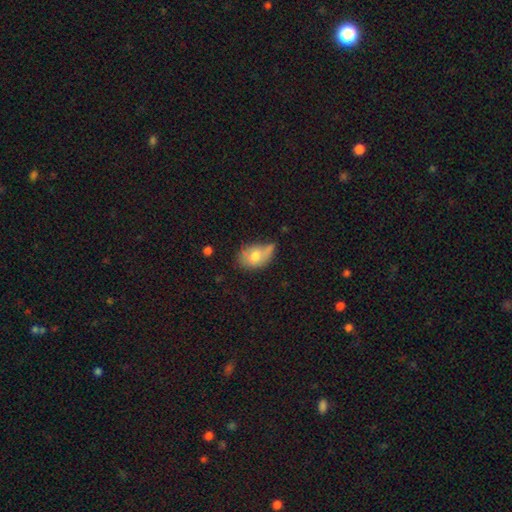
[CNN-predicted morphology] Smooth or featured?
  - smooth: 64% *
  - featured or disk: 26%
  - star or artifact: 9%
How rounded?
  - in between: 78% *
  - round: 19%
  - cigar-shaped: 2%
Merging?
  - minor disturbance: 36% *
  - none: 34%
  - major disturbance: 19%
  - merger: 12%